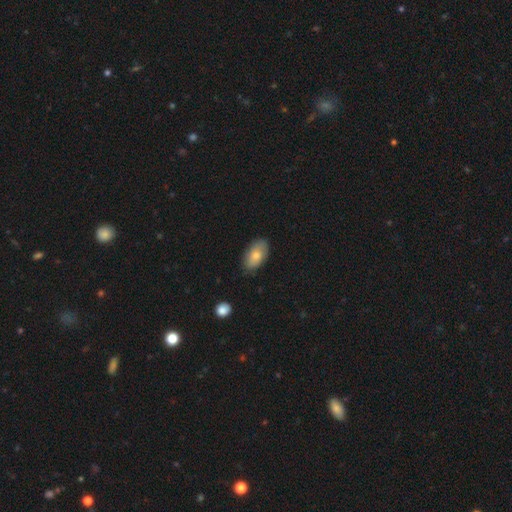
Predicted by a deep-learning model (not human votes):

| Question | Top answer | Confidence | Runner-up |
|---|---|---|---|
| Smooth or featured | smooth | 76% | featured or disk (18%) |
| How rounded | in between | 94% | round (4%) |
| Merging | none | 79% | minor disturbance (17%) |